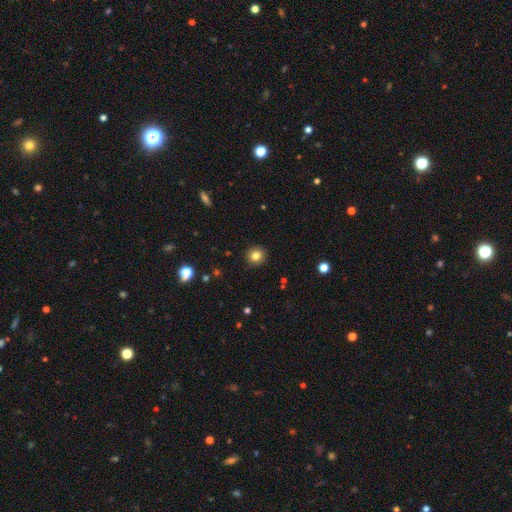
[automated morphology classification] Q: Smooth or featured?
A: smooth (82%); runner-up: star or artifact (12%)
Q: How rounded?
A: round (92%); runner-up: in between (7%)
Q: Merging?
A: none (91%); runner-up: minor disturbance (6%)